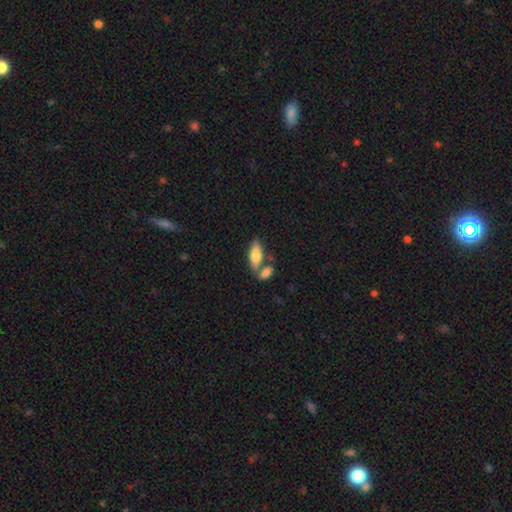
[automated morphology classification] Smooth or featured? smooth (74%)
How rounded? in between (75%)
Merging? none (54%)